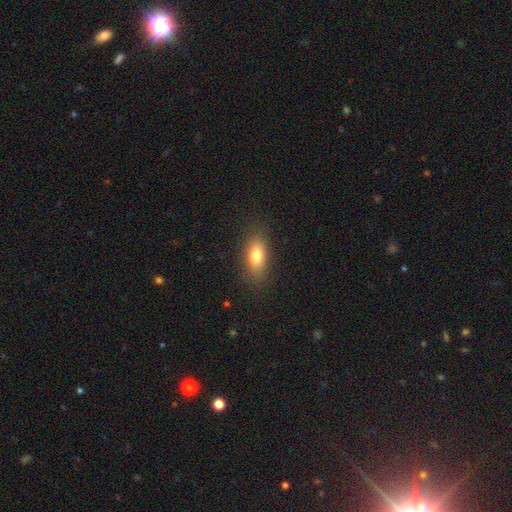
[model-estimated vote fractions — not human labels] A smooth galaxy with no disk features (76%) that is in between round and cigar-shaped (80%).

Vote fractions:
- Smooth or featured? smooth: 76% / featured or disk: 14% / star or artifact: 10%
- How rounded? in between: 80% / cigar-shaped: 12% / round: 8%
- Merging? none: 85% / minor disturbance: 10% / major disturbance: 4% / merger: 1%